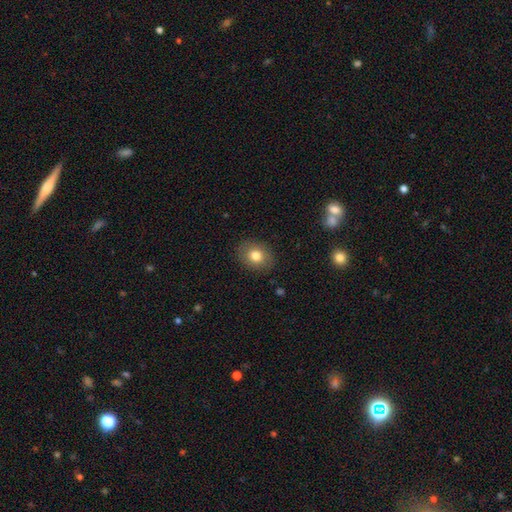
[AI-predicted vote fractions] Smooth or featured? smooth (79%)
How rounded? round (52%)
Merging? none (87%)